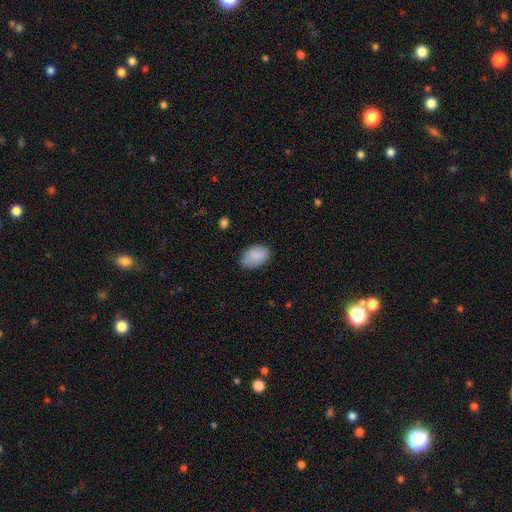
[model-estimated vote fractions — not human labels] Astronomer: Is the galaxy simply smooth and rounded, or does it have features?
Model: smooth — 87%.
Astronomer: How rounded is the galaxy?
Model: in between — 89%.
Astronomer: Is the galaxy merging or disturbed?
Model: none — 78%.